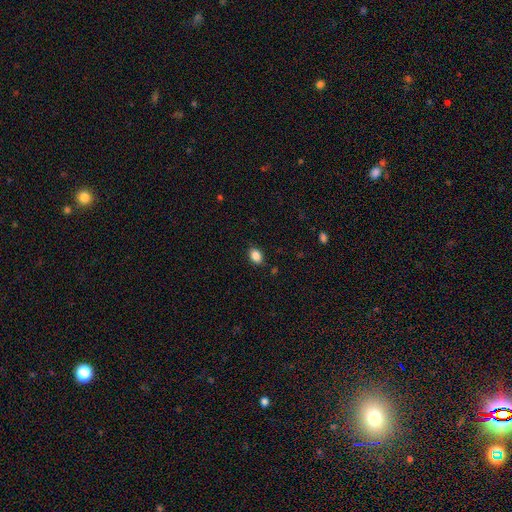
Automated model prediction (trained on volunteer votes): This appears to be a smooth galaxy with no disk features (87%) that is in between round and cigar-shaped (79%). Merging: none (86%).